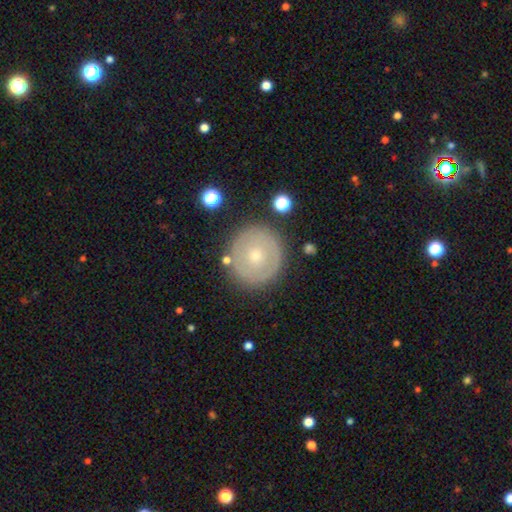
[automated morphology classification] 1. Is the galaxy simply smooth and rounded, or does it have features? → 47% smooth, 45% featured or disk, 8% star or artifact.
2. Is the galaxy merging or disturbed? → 85% none, 10% minor disturbance, 3% major disturbance, 2% merger.